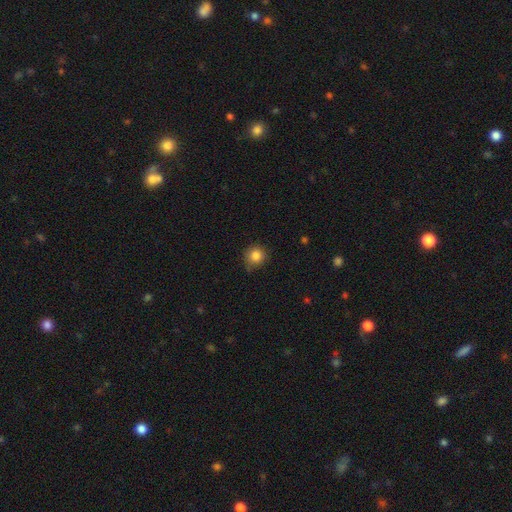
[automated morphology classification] smooth_or_featured: smooth (p=0.84) [alt: star or artifact p=0.11]
how_rounded: round (p=0.91) [alt: in between p=0.08]
merging: none (p=0.75) [alt: minor disturbance p=0.20]